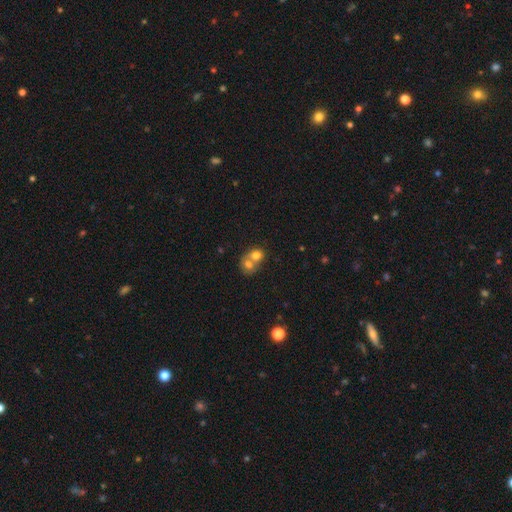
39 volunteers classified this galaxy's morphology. Volunteers were most divided on "how rounded": round: 65%, in between: 35%, cigar-shaped: 0%. More confident: smooth or featured — smooth (79%); merging — merger (78%).